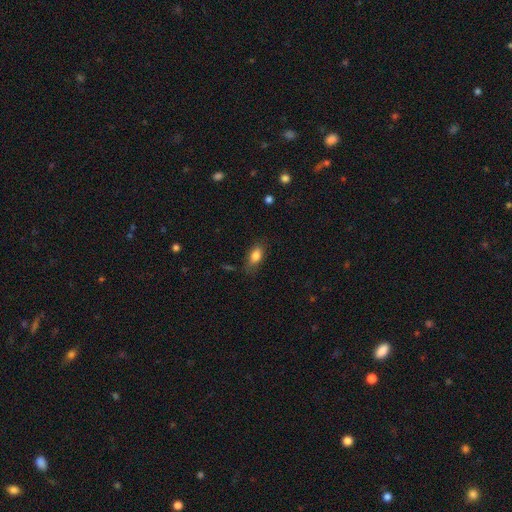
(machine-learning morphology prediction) Smooth or featured? Predicted: smooth (p=0.82). How rounded? Predicted: in between (p=0.86). Merging? Predicted: none (p=0.73).